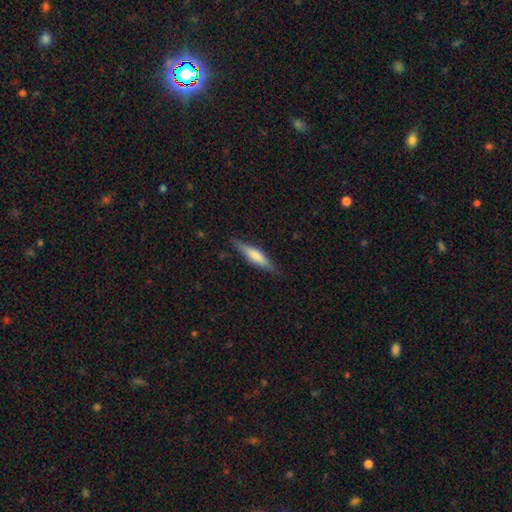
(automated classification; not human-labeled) A smooth galaxy with no disk features (54%) that is cigar-shaped (81%). Merging: none (85%).